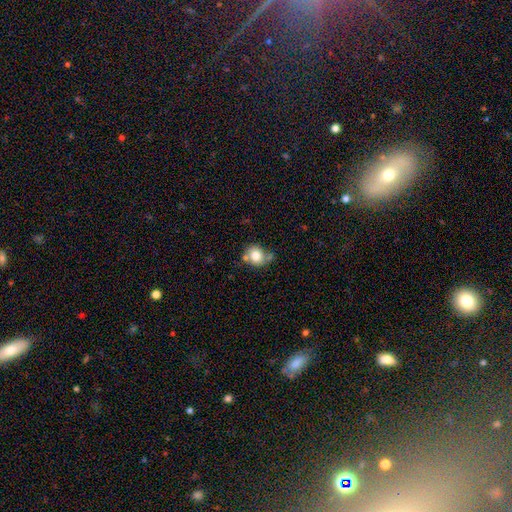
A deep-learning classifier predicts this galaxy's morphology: Overall: smooth (77%). How rounded: round (75%). Merging: none (55%; minor disturbance 20%).